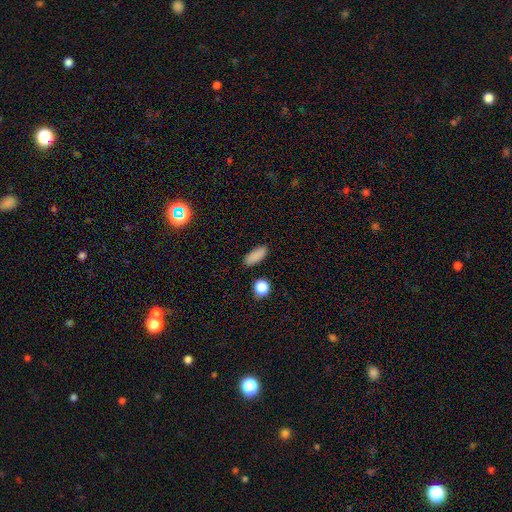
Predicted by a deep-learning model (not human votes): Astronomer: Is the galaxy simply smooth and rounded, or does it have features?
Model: smooth — 85%.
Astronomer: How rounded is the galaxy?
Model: in between — 80%.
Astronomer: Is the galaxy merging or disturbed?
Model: none — 85%.